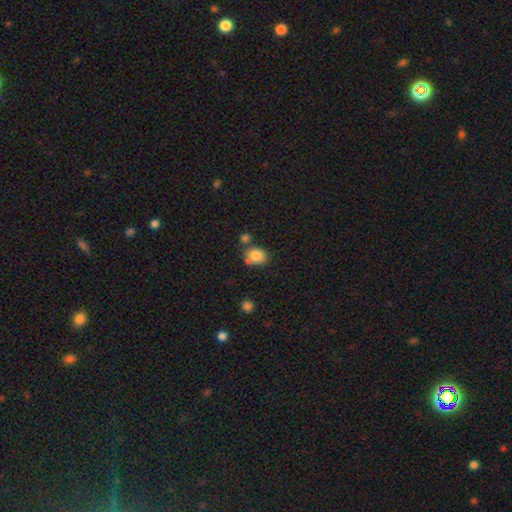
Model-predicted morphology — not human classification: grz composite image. It shows a smooth galaxy with no disk features (83%) that is round (55%). Merging: none (62%).